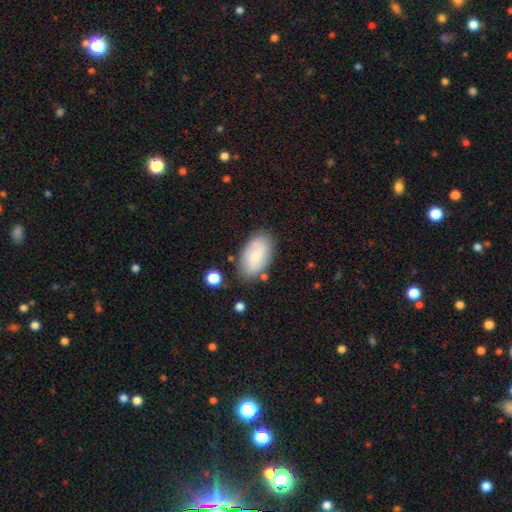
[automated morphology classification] Smooth or featured?
  - smooth: 68% *
  - featured or disk: 25%
  - star or artifact: 7%
How rounded?
  - in between: 94% *
  - round: 4%
  - cigar-shaped: 2%
Merging?
  - none: 77% *
  - minor disturbance: 15%
  - merger: 4%
  - major disturbance: 4%